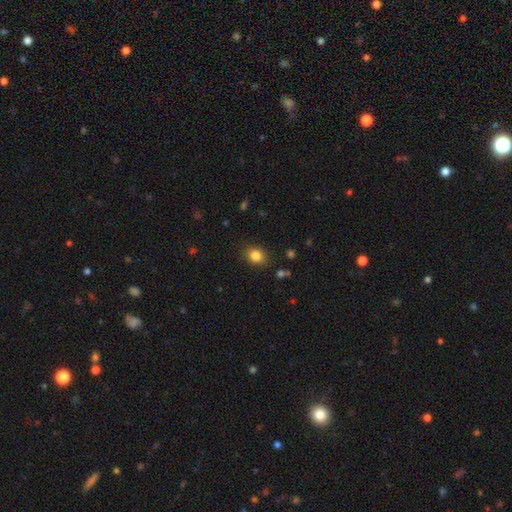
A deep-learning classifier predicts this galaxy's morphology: Smooth or featured? smooth (84%)
How rounded? round (58%)
Merging? none (87%)